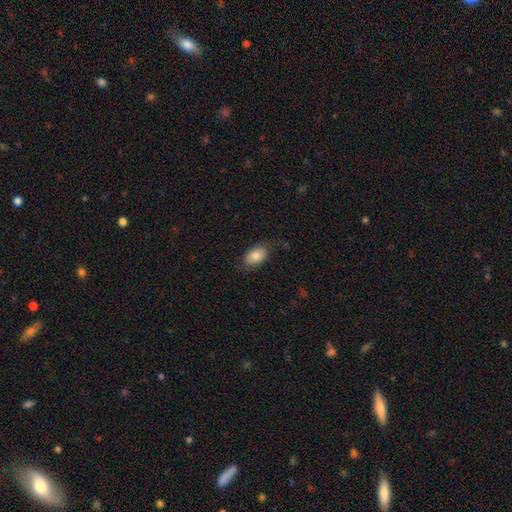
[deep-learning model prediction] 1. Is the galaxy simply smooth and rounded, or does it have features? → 84% smooth, 9% featured or disk, 7% star or artifact.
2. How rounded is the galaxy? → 91% in between, 7% round, 2% cigar-shaped.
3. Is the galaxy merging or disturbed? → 75% none, 18% minor disturbance, 5% major disturbance, 1% merger.